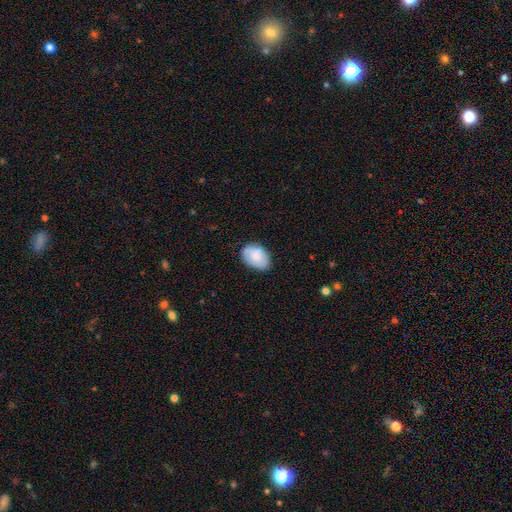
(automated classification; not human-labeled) Morphology: type=smooth (79%); roundness=in between (80%); merging=none (79%).